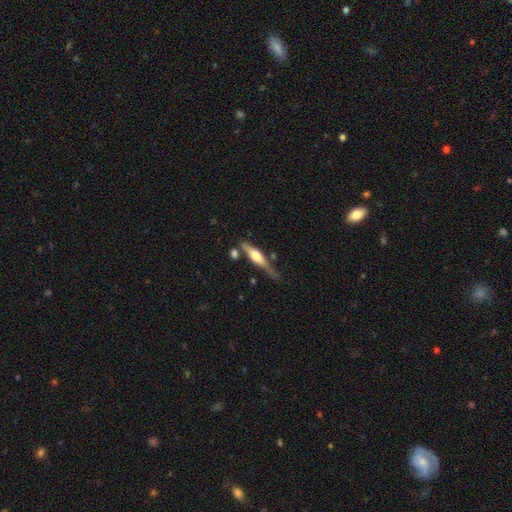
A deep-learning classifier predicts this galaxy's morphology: Smooth or featured? featured or disk (60%)
Edge-on disk? yes (95%)
Edge-on bulge? rounded (82%)
Merging? none (63%)